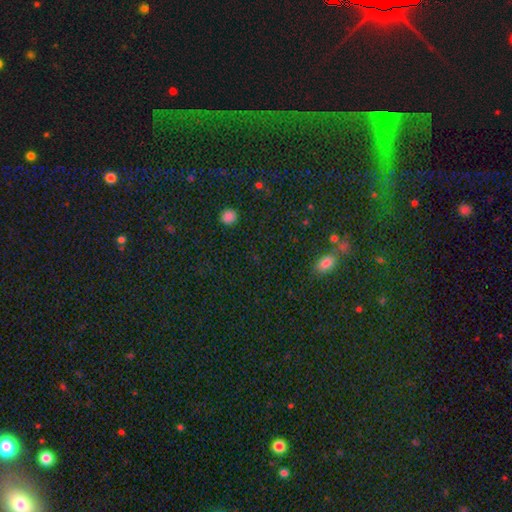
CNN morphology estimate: The model was most divided on "smooth or featured": star or artifact: 68%, smooth: 21%, featured or disk: 11%.